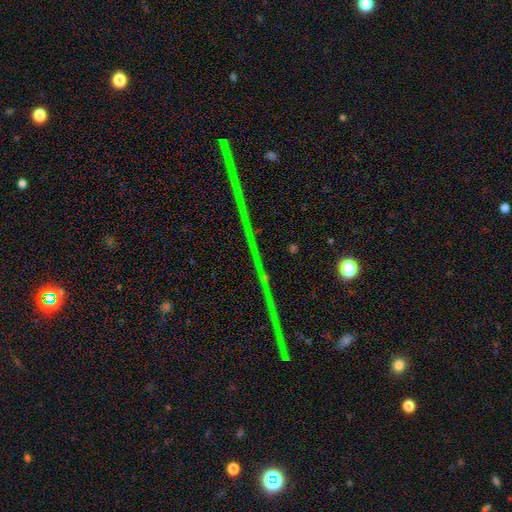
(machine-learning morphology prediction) A star or artifact, not a galaxy (79%).